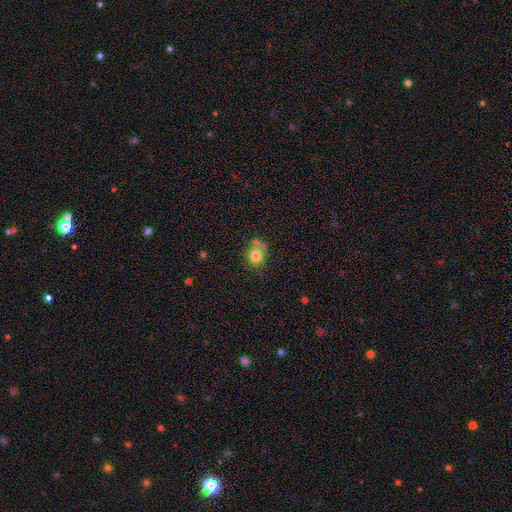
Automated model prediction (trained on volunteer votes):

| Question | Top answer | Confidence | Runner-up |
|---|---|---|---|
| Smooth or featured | smooth | 77% | featured or disk (13%) |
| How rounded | round | 73% | in between (26%) |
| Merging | none | 47% | merger (26%) |